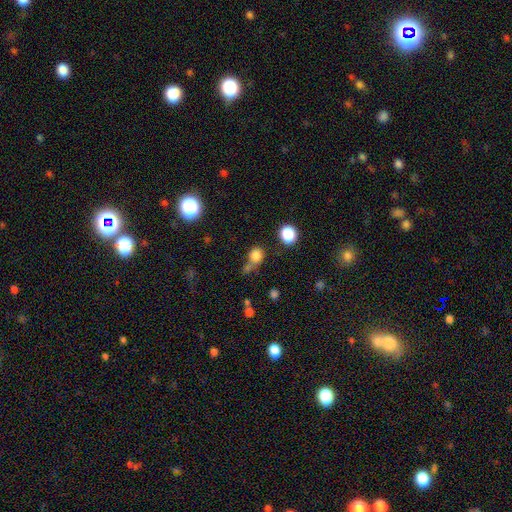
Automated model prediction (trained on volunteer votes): Smooth or featured? smooth (79%)
How rounded? round (75%)
Merging? none (50%)